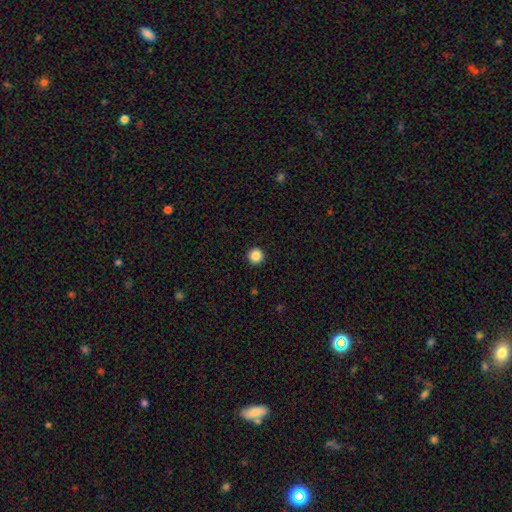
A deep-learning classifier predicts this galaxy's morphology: smooth 87%, star or artifact 10%, featured or disk 3%. Down the decision tree: how rounded — round (97%); merging — none (94%).